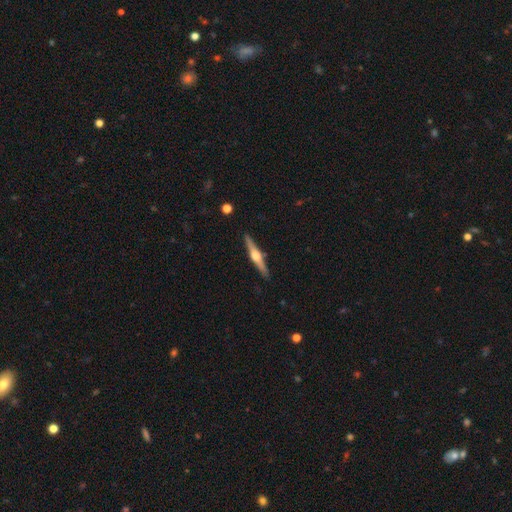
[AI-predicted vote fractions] smooth_or_featured: featured or disk (p=0.73) [alt: smooth p=0.22]
disk_edge_on: yes (p=0.98) [alt: no p=0.02]
edge_on_bulge: rounded (p=0.94) [alt: boxy p=0.03]
merging: none (p=0.90) [alt: minor disturbance p=0.07]